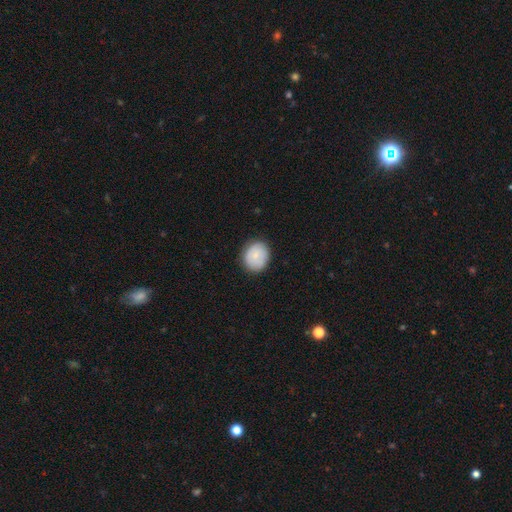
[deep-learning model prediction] Smooth or featured?
  - smooth: 78% *
  - featured or disk: 15%
  - star or artifact: 7%
How rounded?
  - round: 70% *
  - in between: 29%
  - cigar-shaped: 1%
Merging?
  - none: 84% *
  - minor disturbance: 12%
  - major disturbance: 3%
  - merger: 1%